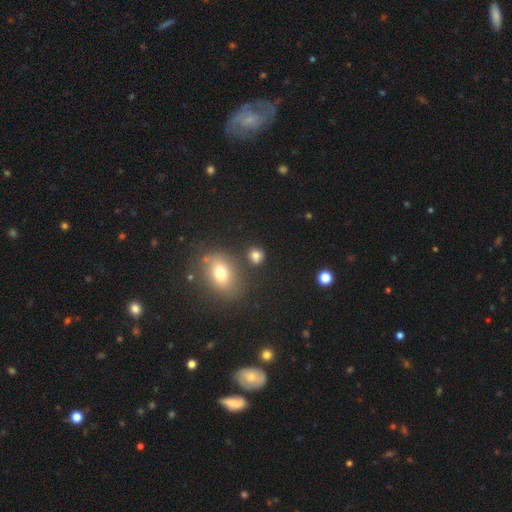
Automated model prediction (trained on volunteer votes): smooth 77%, star or artifact 15%, featured or disk 8%. Down the decision tree: how rounded — round (75%); merging — none (75%).